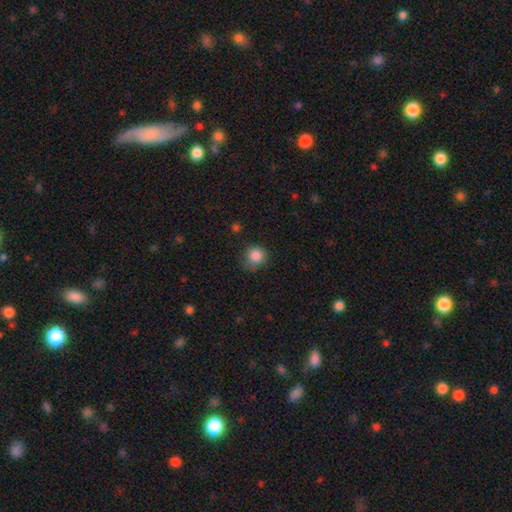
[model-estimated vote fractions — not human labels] Smooth or featured? smooth (86%)
How rounded? round (88%)
Merging? none (67%)